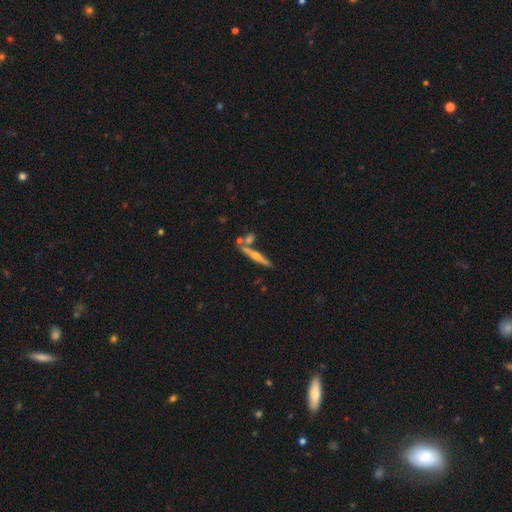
Smooth or featured? 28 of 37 (76%) said featured or disk. Edge-on disk? 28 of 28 (100%) said yes. Edge-on bulge? 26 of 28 (93%) said rounded. Merging? 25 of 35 (71%) said none.